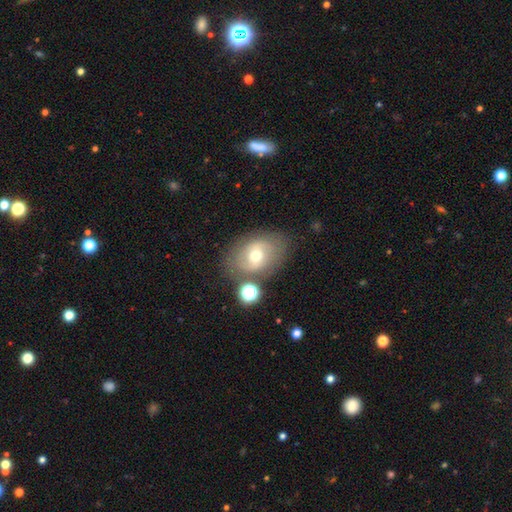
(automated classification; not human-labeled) Smooth or featured?
  - featured or disk: 47% *
  - smooth: 42%
  - star or artifact: 11%
Merging?
  - none: 70% *
  - minor disturbance: 16%
  - merger: 8%
  - major disturbance: 6%